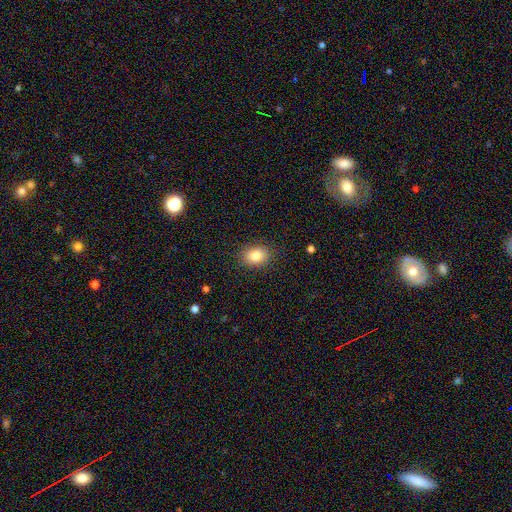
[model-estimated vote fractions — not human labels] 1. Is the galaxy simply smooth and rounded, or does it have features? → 83% smooth, 10% star or artifact, 7% featured or disk.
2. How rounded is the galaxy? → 55% in between, 44% round, 1% cigar-shaped.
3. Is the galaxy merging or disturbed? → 87% none, 9% minor disturbance, 3% major disturbance, 1% merger.